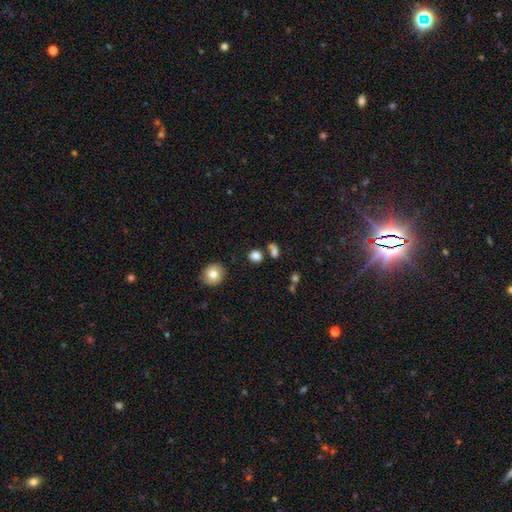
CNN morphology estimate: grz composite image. It shows a smooth galaxy with no disk features (82%) that is round (68%). Merging: none (69%).